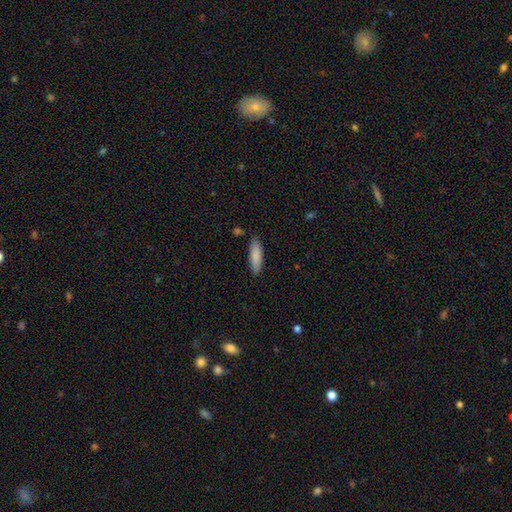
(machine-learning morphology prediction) Smooth or featured?
  - smooth: 85% *
  - featured or disk: 9%
  - star or artifact: 6%
How rounded?
  - cigar-shaped: 55% *
  - in between: 44%
  - round: 1%
Merging?
  - none: 86% *
  - minor disturbance: 10%
  - merger: 2%
  - major disturbance: 2%